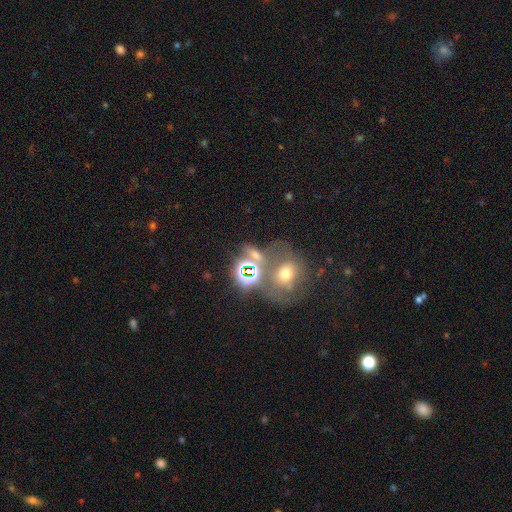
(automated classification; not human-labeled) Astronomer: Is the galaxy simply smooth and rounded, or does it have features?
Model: smooth — 43% (runner-up: star or artifact, 41%).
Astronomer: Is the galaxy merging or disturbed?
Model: none — 47% (runner-up: merger, 28%).